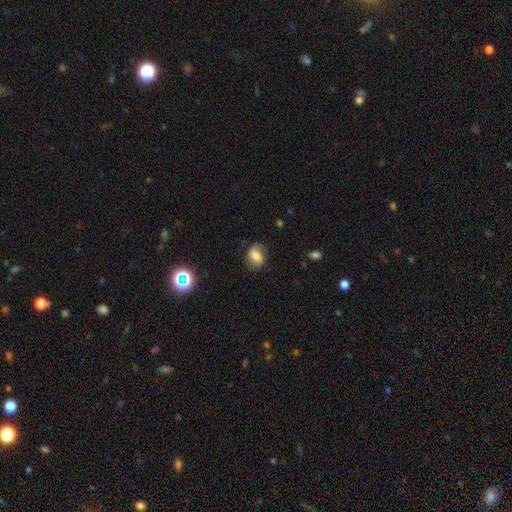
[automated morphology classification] smooth-or-featured: smooth: 54% | featured or disk: 35% | star or artifact: 11%
  how-rounded: in between: 65% | round: 33% | cigar-shaped: 2%
  merging: none: 67% | minor disturbance: 22% | major disturbance: 10% | merger: 1%